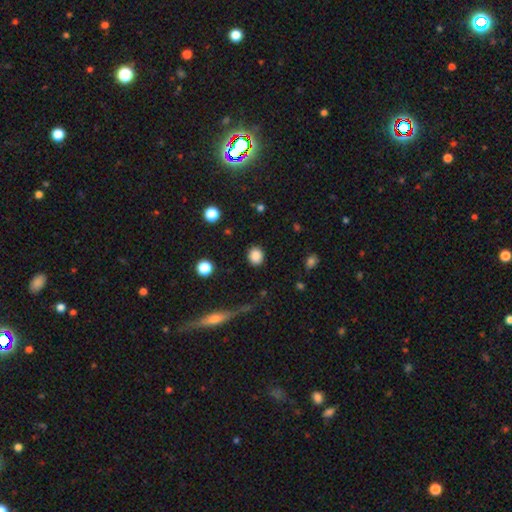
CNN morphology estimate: smooth-or-featured: smooth: 86% | star or artifact: 10% | featured or disk: 4%
  how-rounded: round: 79% | in between: 20% | cigar-shaped: 1%
  merging: none: 89% | minor disturbance: 7% | major disturbance: 3% | merger: 1%